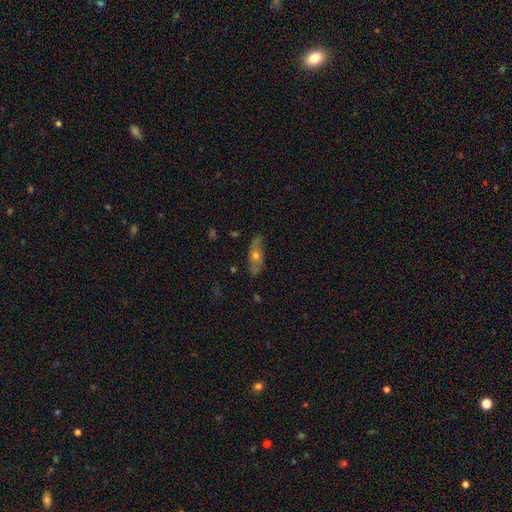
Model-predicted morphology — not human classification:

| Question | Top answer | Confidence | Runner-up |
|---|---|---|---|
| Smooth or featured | featured or disk | 49% | smooth (43%) |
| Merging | none | 79% | minor disturbance (16%) |